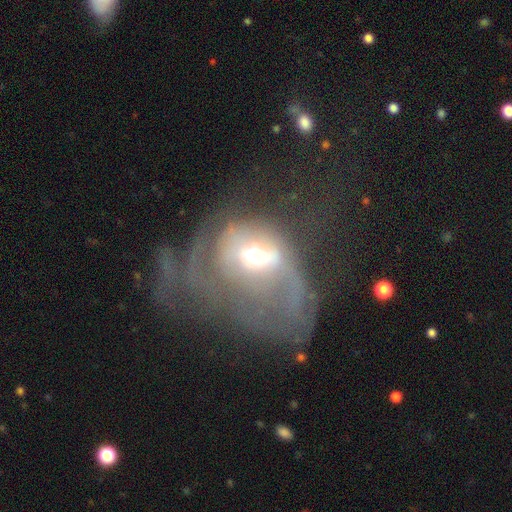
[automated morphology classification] Smooth or featured: featured or disk — 62% (smooth — 27%)
Edge-on disk: no — 95% (yes — 5%)
Bar: no — 58% (weak — 31%)
Spiral arms: no — 53% (yes — 47%)
Bulge size: moderate — 65% (small — 17%)
Merging: major disturbance — 64% (none — 17%)